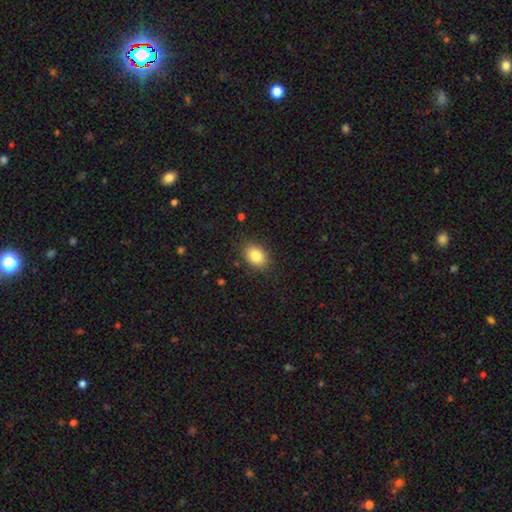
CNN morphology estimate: smooth 84%, star or artifact 8%, featured or disk 8%. Down the decision tree: how rounded — in between (77%); merging — none (84%).